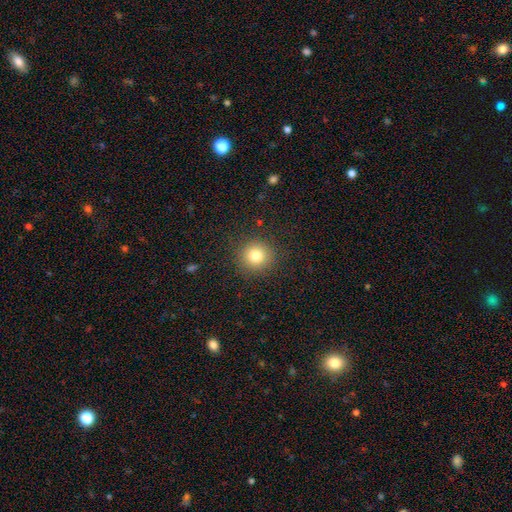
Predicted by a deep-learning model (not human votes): Smooth or featured? Predicted: smooth (p=0.80). How rounded? Predicted: round (p=0.93). Merging? Predicted: none (p=0.90).